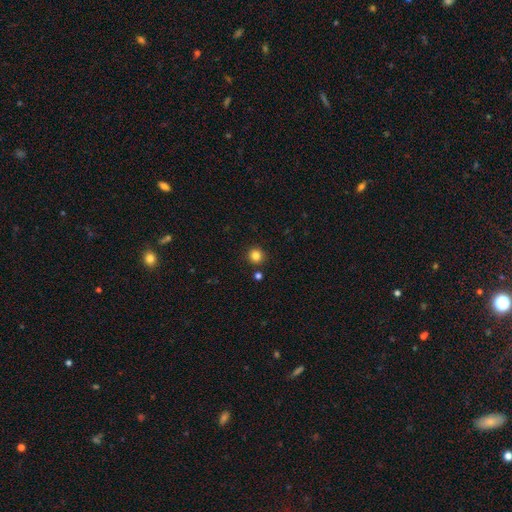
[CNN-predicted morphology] Smooth or featured? smooth (83%)
How rounded? round (94%)
Merging? none (89%)